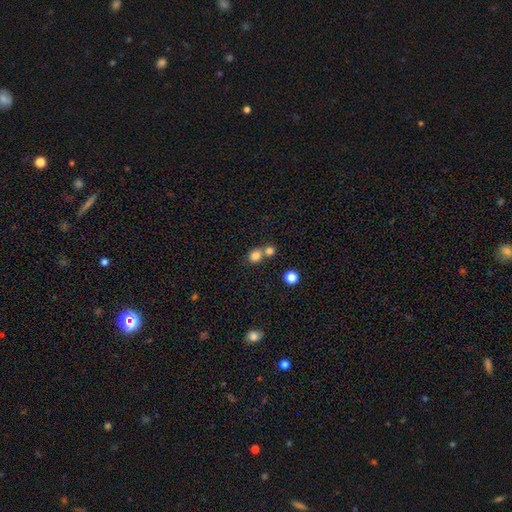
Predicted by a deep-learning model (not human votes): smooth 81%, star or artifact 11%, featured or disk 7%. Down the decision tree: how rounded — round (72%); merging — merger (46%).